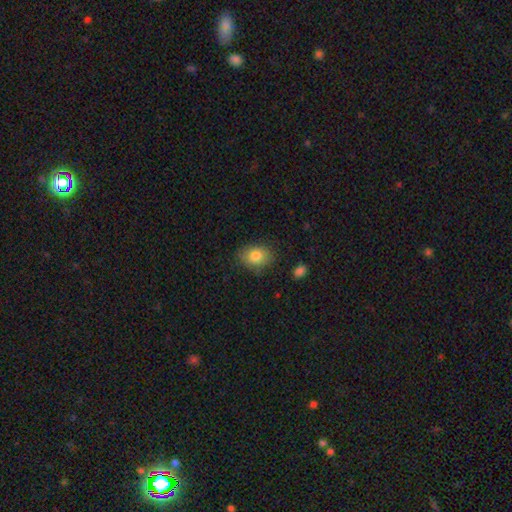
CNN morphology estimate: type=smooth (82%); roundness=in between (70%); merging=none (81%).